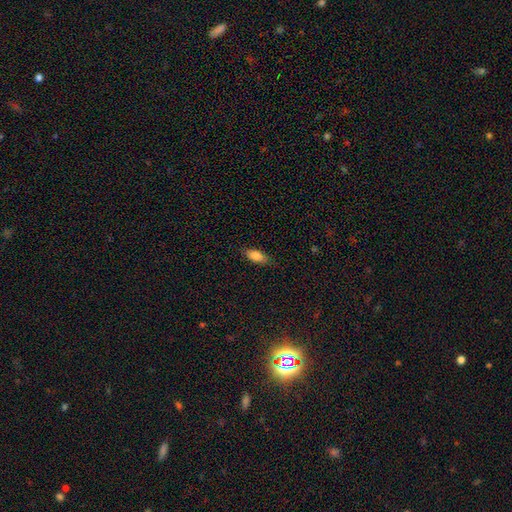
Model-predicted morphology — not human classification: Overall: smooth (84%). How rounded: in between (80%). Merging: none (82%).